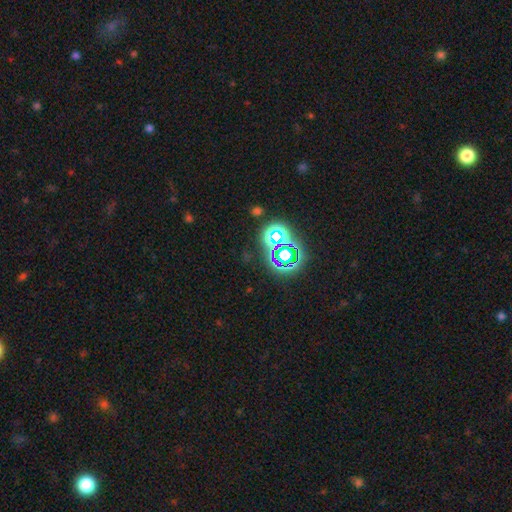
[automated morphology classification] star or artifact 71%, smooth 19%, featured or disk 9%.